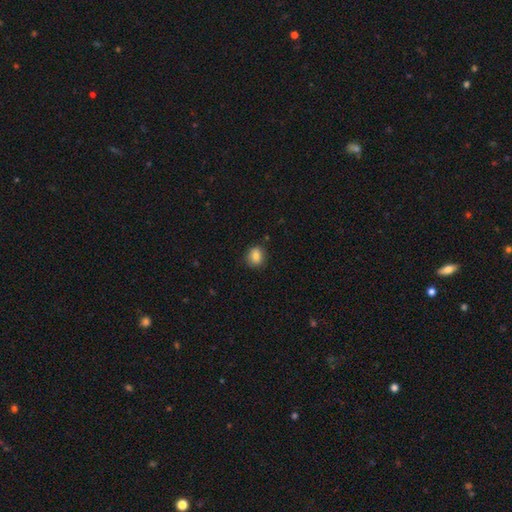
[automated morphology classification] smooth 83%, star or artifact 9%, featured or disk 8%. Down the decision tree: how rounded — round (64%); merging — none (82%).